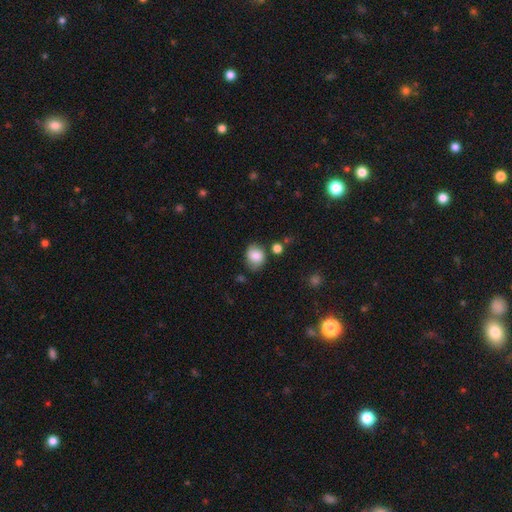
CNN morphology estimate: smooth-or-featured: smooth: 79% | featured or disk: 12% | star or artifact: 9%
  how-rounded: round: 56% | in between: 43% | cigar-shaped: 1%
  merging: none: 69% | minor disturbance: 20% | merger: 5% | major disturbance: 5%